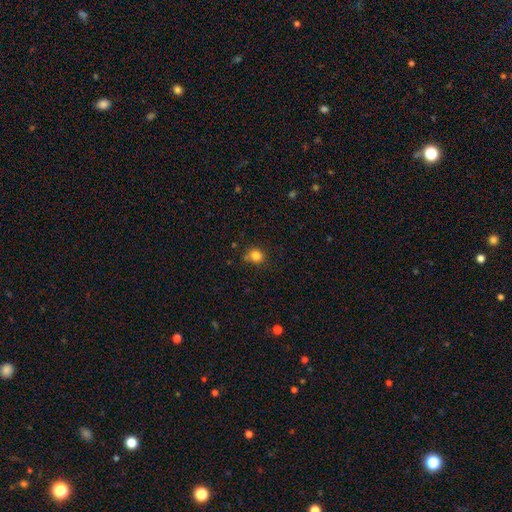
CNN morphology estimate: Smooth or featured: smooth — 82% (star or artifact — 12%)
How rounded: round — 78% (in between — 21%)
Merging: none — 75% (minor disturbance — 13%)